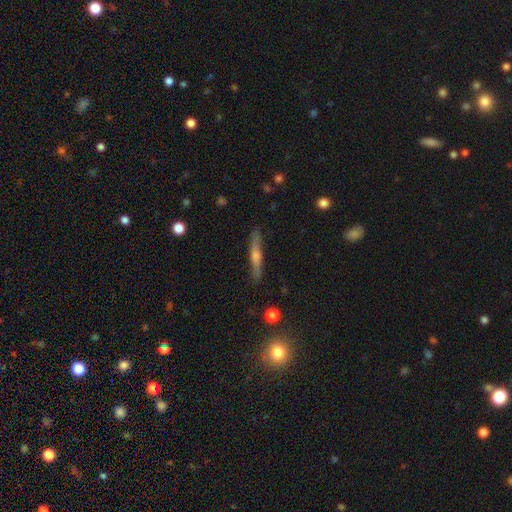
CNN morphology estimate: Overall: featured or disk (62%; smooth 31%). Edge-on disk: yes (96%). Edge-on bulge: rounded (76%). Merging: none (88%).